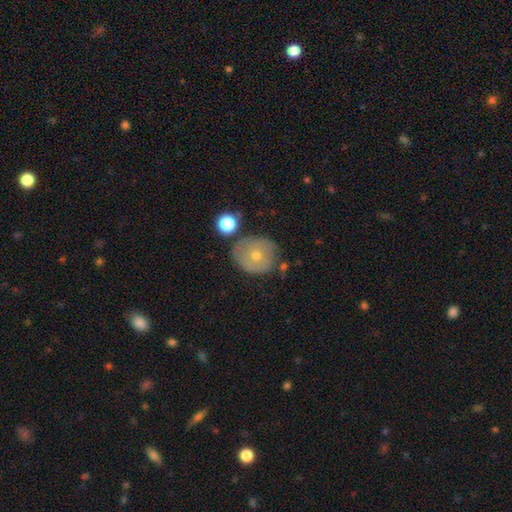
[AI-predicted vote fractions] smooth_or_featured: smooth (p=0.53) [alt: featured or disk p=0.37]
how_rounded: round (p=0.83) [alt: in between p=0.16]
merging: none (p=0.66) [alt: minor disturbance p=0.21]